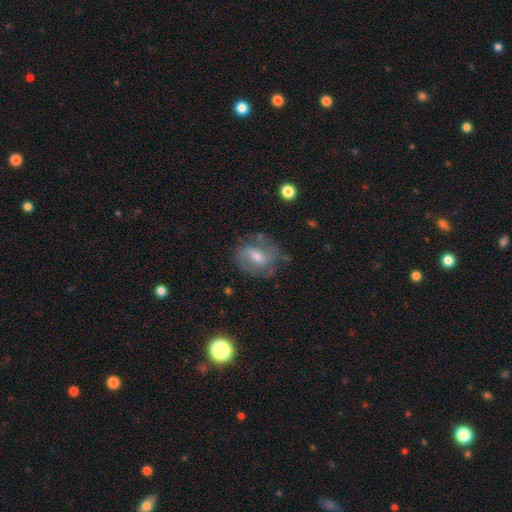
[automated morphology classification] This is likely a featured or disk galaxy (61%). It is clearly not viewed edge-on (95%). Bar: possibly weak (49%). Spiral arm pattern: clearly yes (82%). Central bulge: possibly moderate (53%). Merging: likely none (77%).